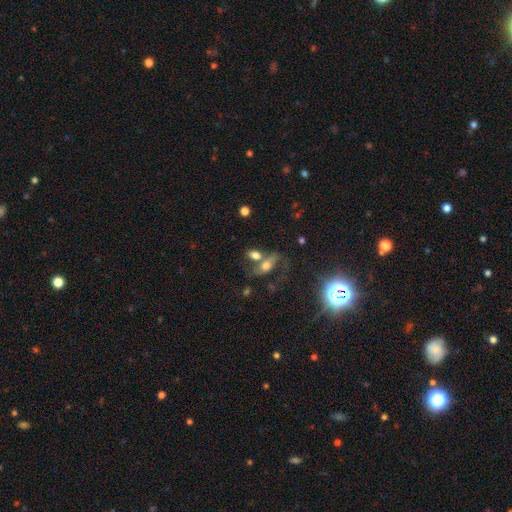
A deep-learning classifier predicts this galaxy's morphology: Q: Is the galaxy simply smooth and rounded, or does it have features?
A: smooth — 61%.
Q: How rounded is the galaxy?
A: in between — 79%.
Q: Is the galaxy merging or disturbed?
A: merger — 49%.